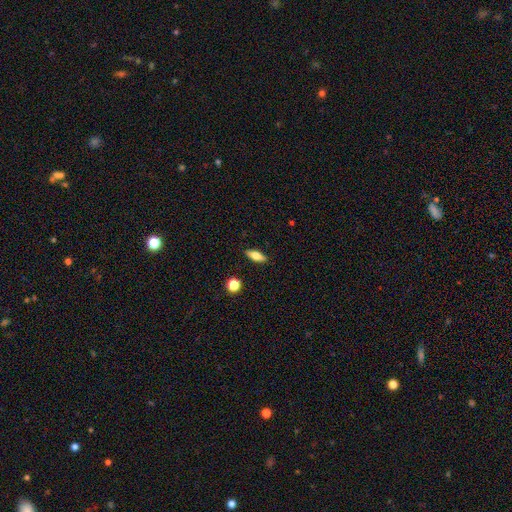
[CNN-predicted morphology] Overall: smooth (65%; featured or disk 27%). How rounded: in between (67%; cigar-shaped 29%). Merging: none (88%).